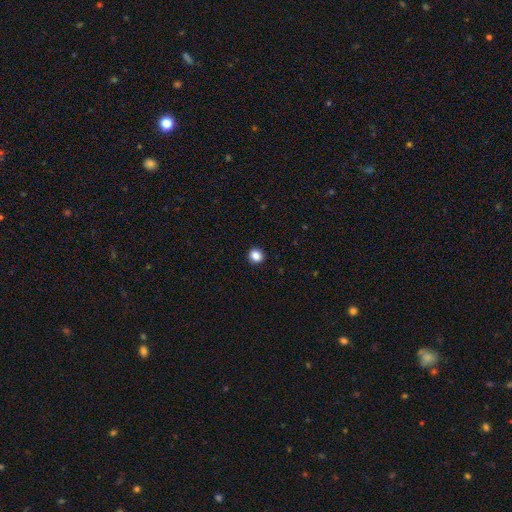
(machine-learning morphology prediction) Smooth or featured? smooth (86%)
How rounded? round (92%)
Merging? none (93%)